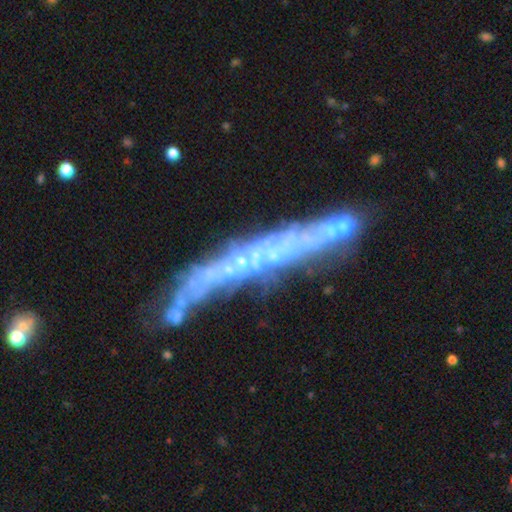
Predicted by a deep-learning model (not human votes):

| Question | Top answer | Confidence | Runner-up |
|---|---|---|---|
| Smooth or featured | featured or disk | 62% | smooth (21%) |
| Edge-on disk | yes | 53% | no (47%) |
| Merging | none | 49% | merger (19%) |